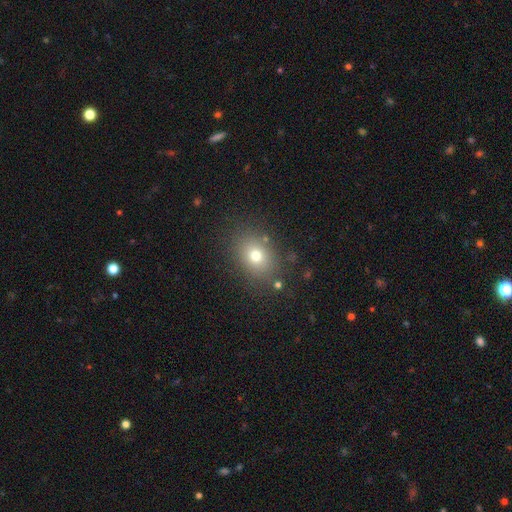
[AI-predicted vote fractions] This is likely a smooth galaxy (73%). How rounded: possibly in between (55%). Merging: clearly none (82%).